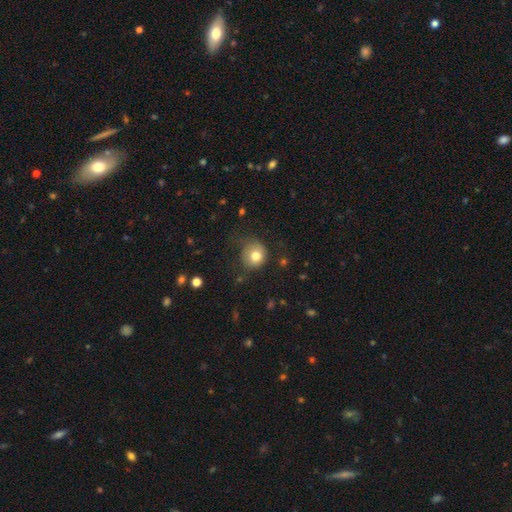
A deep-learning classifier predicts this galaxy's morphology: Smooth or featured?
  - smooth: 76% *
  - featured or disk: 13%
  - star or artifact: 10%
How rounded?
  - round: 83% *
  - in between: 17%
  - cigar-shaped: 1%
Merging?
  - none: 63% *
  - minor disturbance: 24%
  - major disturbance: 12%
  - merger: 2%